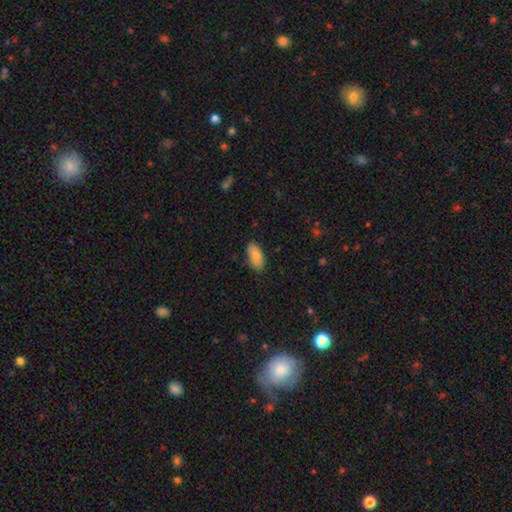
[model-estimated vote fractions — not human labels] Smooth or featured: smooth — 85% (featured or disk — 8%)
How rounded: in between — 92% (cigar-shaped — 6%)
Merging: none — 83% (minor disturbance — 14%)